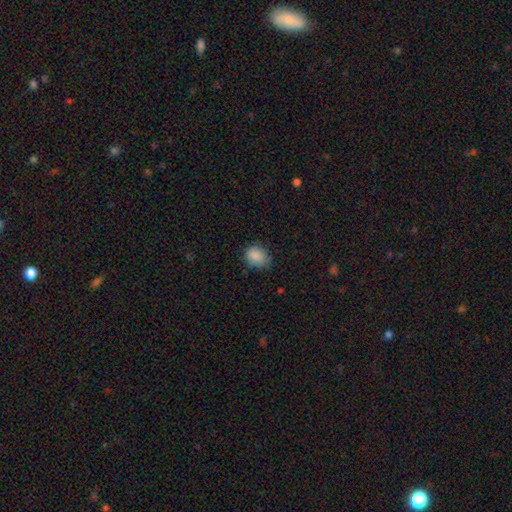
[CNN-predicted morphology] Smooth or featured: smooth — 87% (star or artifact — 8%)
How rounded: in between — 50% (round — 49%)
Merging: none — 69% (minor disturbance — 25%)